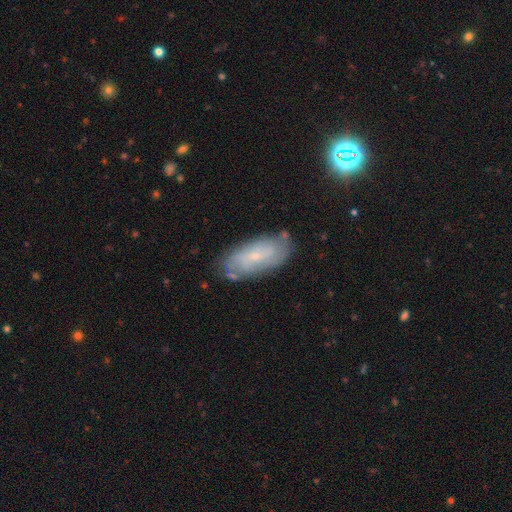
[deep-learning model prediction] A featured or disk galaxy (54%).

Vote fractions:
- Smooth or featured? featured or disk: 54% / smooth: 38% / star or artifact: 9%
- Edge-on disk? no: 88% / yes: 12%
- Merging? none: 76% / minor disturbance: 17% / major disturbance: 4% / merger: 3%